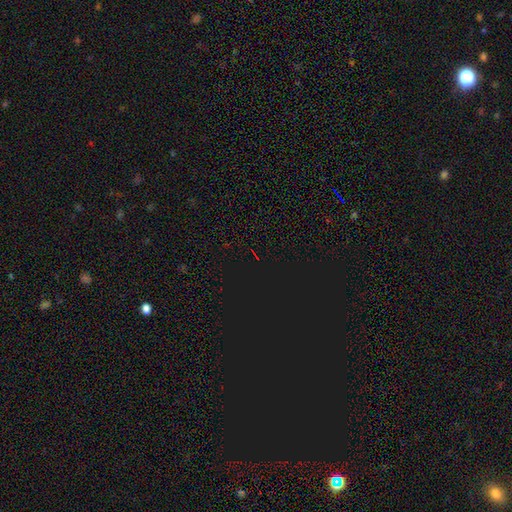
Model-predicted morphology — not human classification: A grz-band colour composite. It shows a star or artifact, not a galaxy (79%).